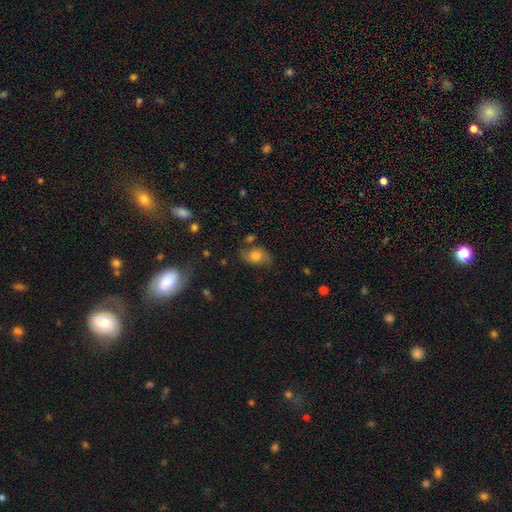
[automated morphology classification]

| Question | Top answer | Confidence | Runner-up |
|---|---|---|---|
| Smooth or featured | smooth | 63% | featured or disk (27%) |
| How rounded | in between | 82% | round (17%) |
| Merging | none | 67% | minor disturbance (21%) |